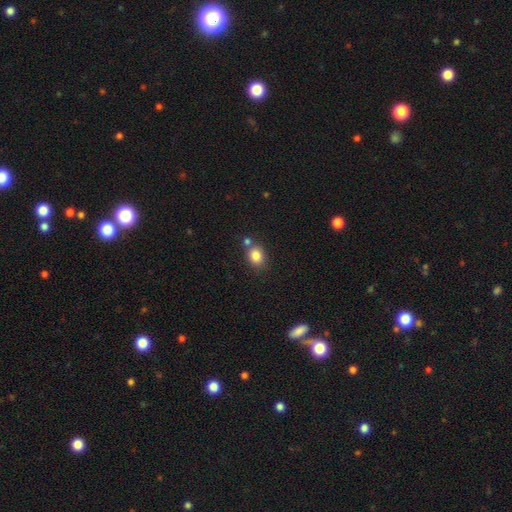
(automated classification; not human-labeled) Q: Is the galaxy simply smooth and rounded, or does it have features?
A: smooth — 83%.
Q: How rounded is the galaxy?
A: round — 56%.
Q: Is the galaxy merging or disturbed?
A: none — 64%.